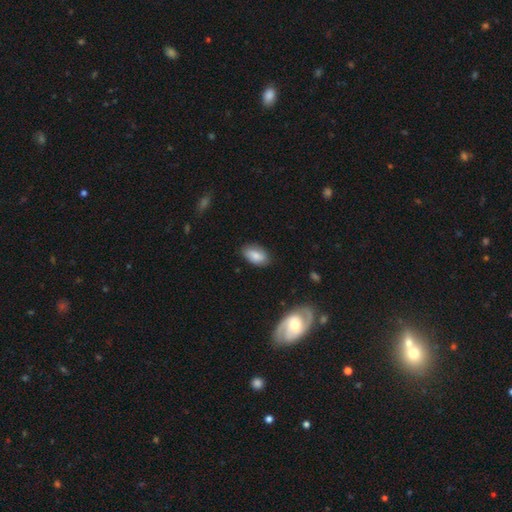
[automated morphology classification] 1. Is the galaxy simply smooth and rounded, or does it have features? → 82% smooth, 11% featured or disk, 7% star or artifact.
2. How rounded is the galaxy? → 94% in between, 4% round, 2% cigar-shaped.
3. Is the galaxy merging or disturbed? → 81% none, 15% minor disturbance, 3% major disturbance, 1% merger.